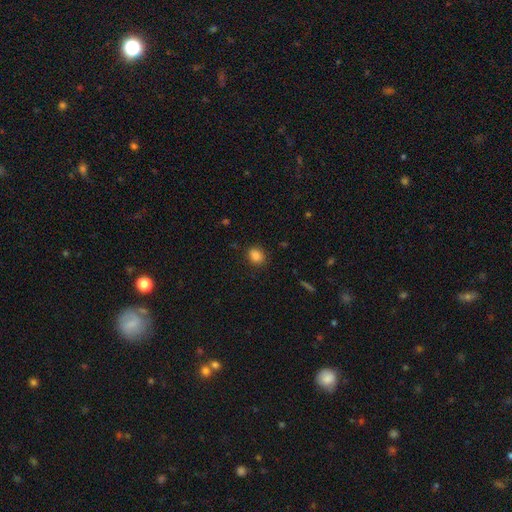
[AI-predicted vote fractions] This appears to be a smooth galaxy with no disk features (85%) that is round (52%). Merging: none (85%).